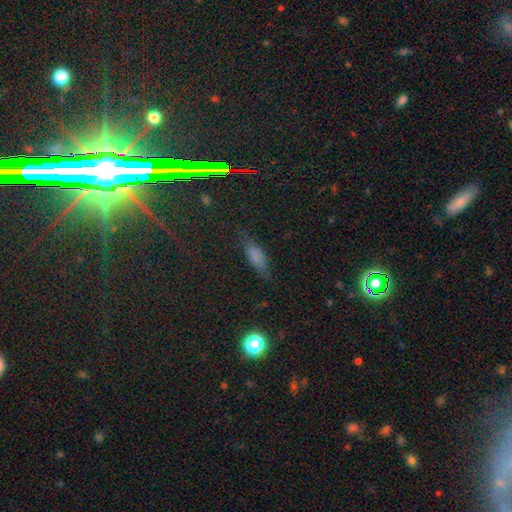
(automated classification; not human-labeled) Smooth or featured? smooth (72%)
How rounded? in between (67%)
Merging? none (71%)